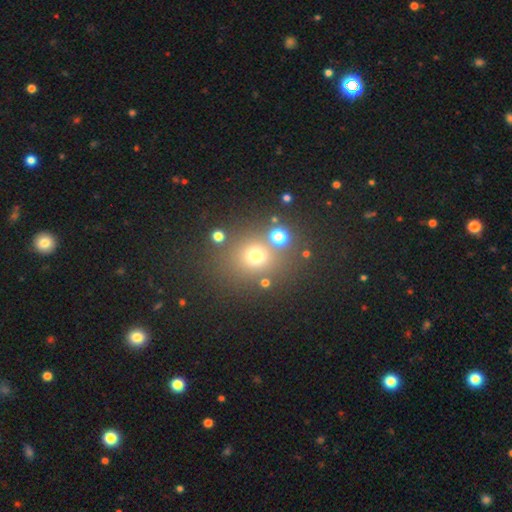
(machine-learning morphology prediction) A smooth galaxy with no disk features (66%) that is round (82%).

Vote fractions:
- Smooth or featured? smooth: 66% / star or artifact: 25% / featured or disk: 9%
- How rounded? round: 82% / in between: 17% / cigar-shaped: 1%
- Merging? none: 75% / minor disturbance: 10% / merger: 9% / major disturbance: 5%